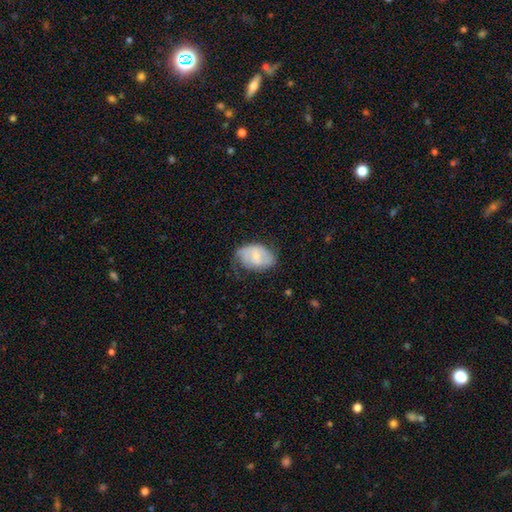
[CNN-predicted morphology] Smooth or featured?
  - featured or disk: 50% *
  - smooth: 44%
  - star or artifact: 6%
Merging?
  - none: 47% *
  - minor disturbance: 33%
  - major disturbance: 18%
  - merger: 2%